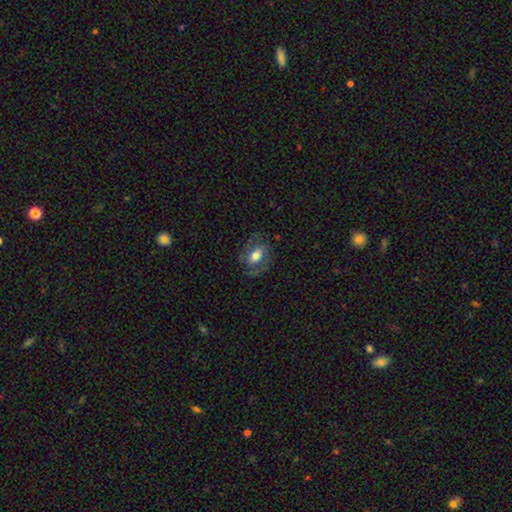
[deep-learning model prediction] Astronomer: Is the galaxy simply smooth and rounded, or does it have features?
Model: featured or disk — 50% (runner-up: smooth, 42%).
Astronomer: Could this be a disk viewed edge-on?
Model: no — 93%.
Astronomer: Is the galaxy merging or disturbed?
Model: none — 69%.